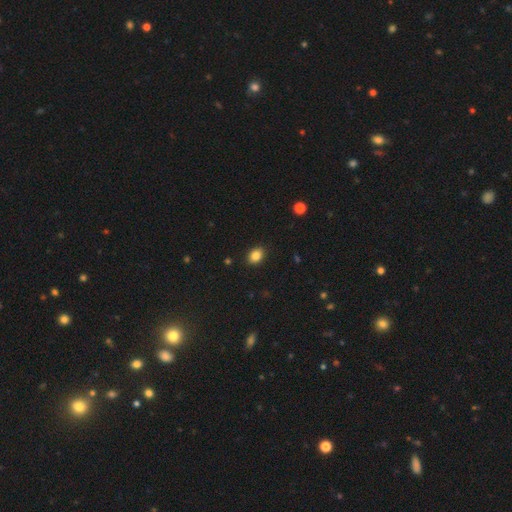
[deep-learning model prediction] Smooth or featured? Predicted: smooth (p=0.85). How rounded? Predicted: in between (p=0.62). Merging? Predicted: none (p=0.89).